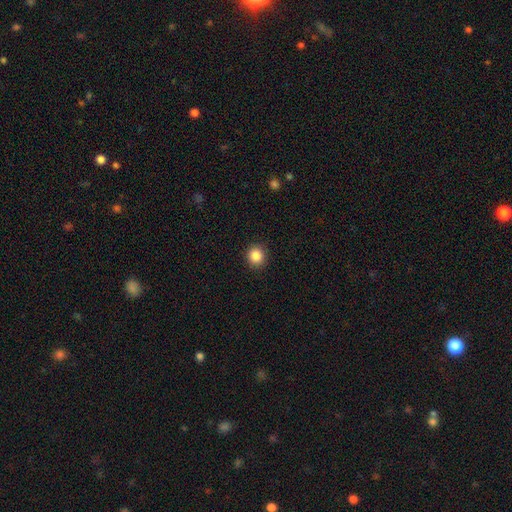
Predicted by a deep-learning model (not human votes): A smooth galaxy with no disk features (87%) that is round (88%).

Vote fractions:
- Smooth or featured? smooth: 87% / star or artifact: 10% / featured or disk: 4%
- How rounded? round: 88% / in between: 11% / cigar-shaped: 1%
- Merging? none: 91% / minor disturbance: 6% / major disturbance: 2% / merger: 1%